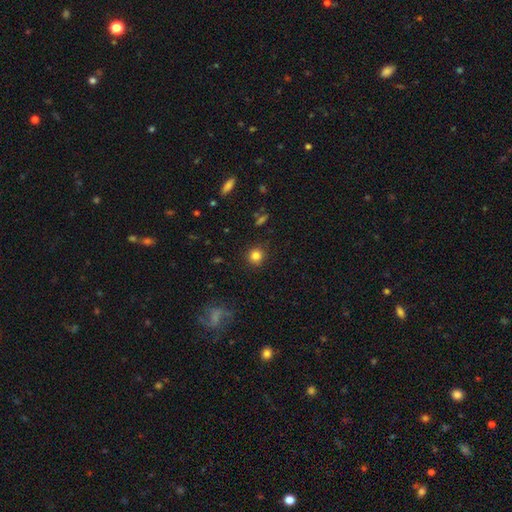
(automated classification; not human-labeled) smooth 83%, star or artifact 12%, featured or disk 5%. Down the decision tree: how rounded — round (91%); merging — none (89%).